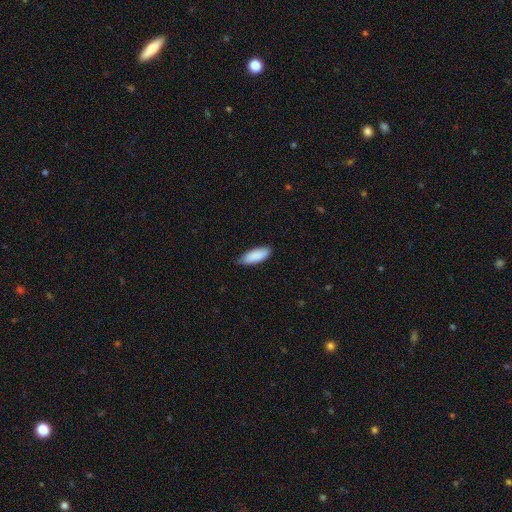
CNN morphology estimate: Smooth or featured?
  - smooth: 89% *
  - star or artifact: 6%
  - featured or disk: 5%
How rounded?
  - in between: 75% *
  - cigar-shaped: 24%
  - round: 2%
Merging?
  - none: 80% *
  - minor disturbance: 17%
  - major disturbance: 2%
  - merger: 1%